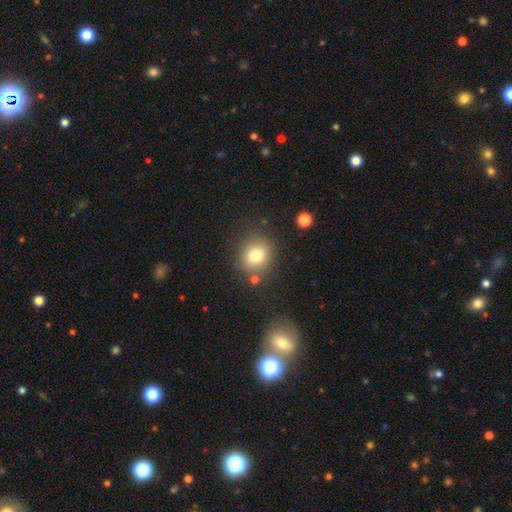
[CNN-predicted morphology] Q: Smooth or featured?
A: smooth (77%); runner-up: star or artifact (13%)
Q: How rounded?
A: round (82%); runner-up: in between (17%)
Q: Merging?
A: none (81%); runner-up: minor disturbance (10%)